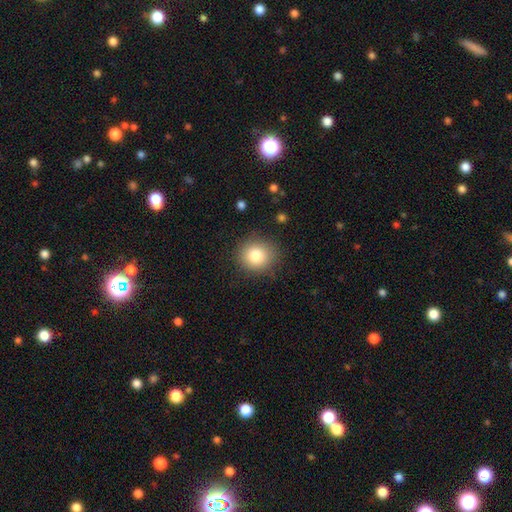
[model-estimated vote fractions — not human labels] Smooth or featured: smooth — 81% (star or artifact — 11%)
How rounded: round — 87% (in between — 12%)
Merging: none — 87% (minor disturbance — 9%)